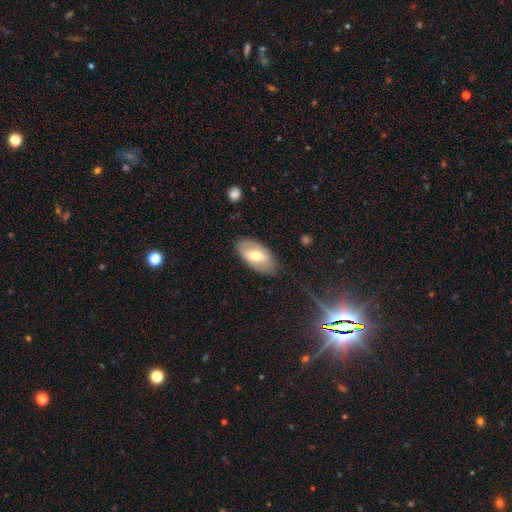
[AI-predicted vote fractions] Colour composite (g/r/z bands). It shows a smooth galaxy with no disk features (54%) that is in between round and cigar-shaped (93%). Merging: none (81%).